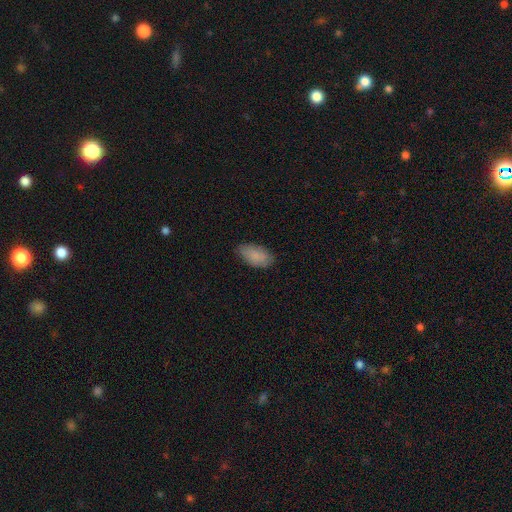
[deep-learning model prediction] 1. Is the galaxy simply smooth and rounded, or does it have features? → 86% smooth, 7% featured or disk, 7% star or artifact.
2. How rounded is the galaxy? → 94% in between, 3% cigar-shaped, 3% round.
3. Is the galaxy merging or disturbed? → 81% none, 16% minor disturbance, 3% major disturbance, 1% merger.